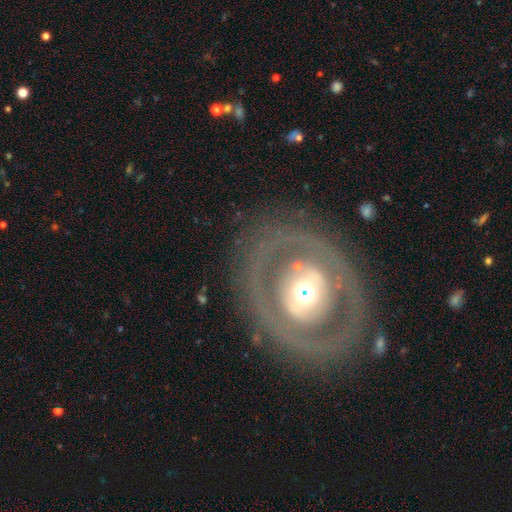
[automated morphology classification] A featured or disk galaxy (75%) with no bar (75%), no spiral arms (64%) and a moderate central bulge (55%). Merging: none (80%).